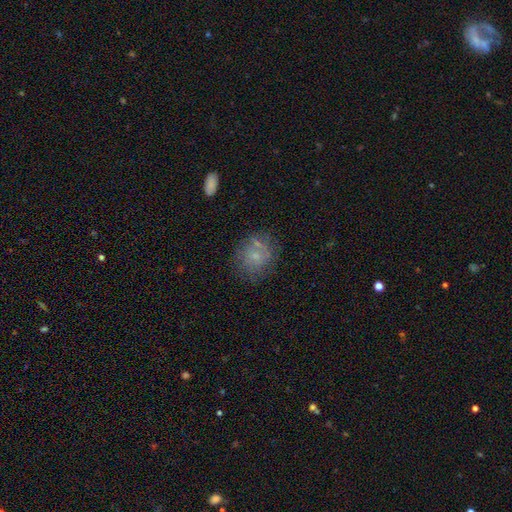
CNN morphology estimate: The model was most divided on "smooth or featured": smooth: 57%, featured or disk: 30%, star or artifact: 12%. More confident: how rounded — round (75%); merging — none (65%).